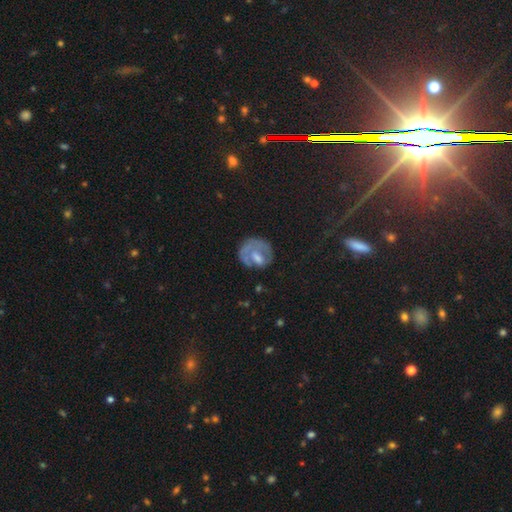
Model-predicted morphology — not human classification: featured or disk 48%, smooth 42%, star or artifact 10%. Down the decision tree: merging — none (50%).